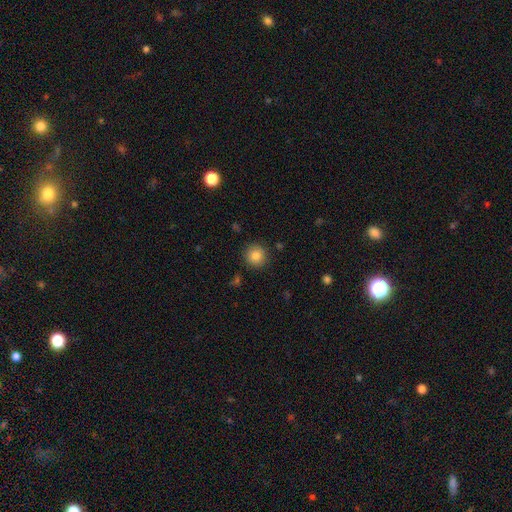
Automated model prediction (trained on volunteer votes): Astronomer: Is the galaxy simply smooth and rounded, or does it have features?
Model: smooth — 84%.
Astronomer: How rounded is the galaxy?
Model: round — 94%.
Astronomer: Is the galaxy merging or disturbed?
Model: none — 90%.